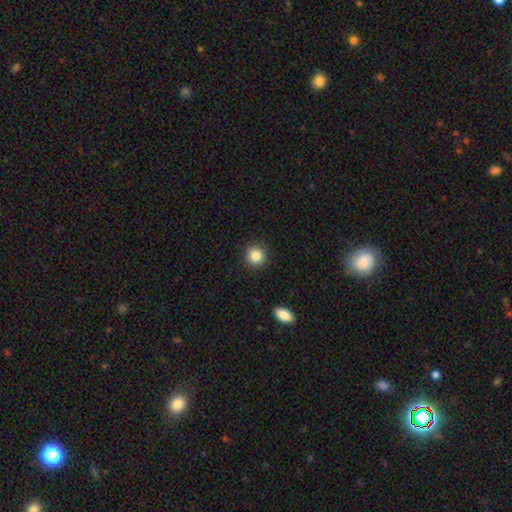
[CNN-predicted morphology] smooth 84%, star or artifact 10%, featured or disk 5%. Down the decision tree: how rounded — round (92%); merging — none (92%).